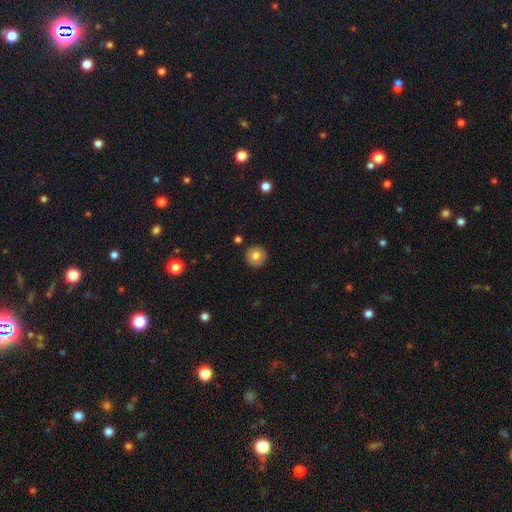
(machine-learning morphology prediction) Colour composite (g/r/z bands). It shows a smooth galaxy with no disk features (78%) that is round (95%). Merging: none (91%).